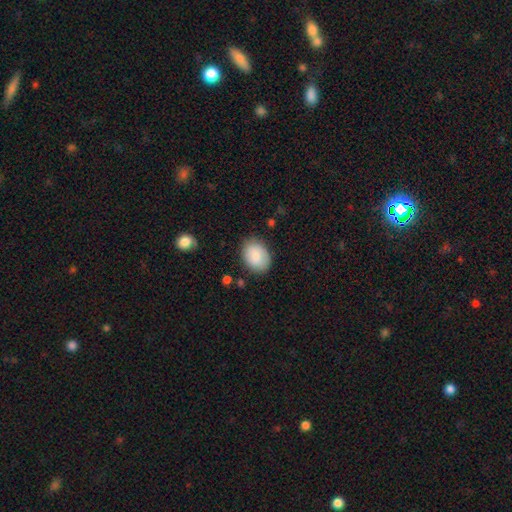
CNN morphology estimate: This is clearly a smooth galaxy (85%). How rounded: likely in between (65%). Merging: clearly none (82%).